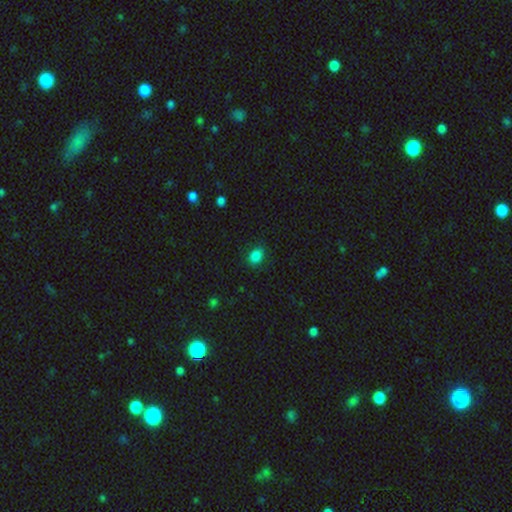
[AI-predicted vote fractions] This appears to be a smooth galaxy with no disk features (85%) that is in between round and cigar-shaped (64%). Merging: none (83%).